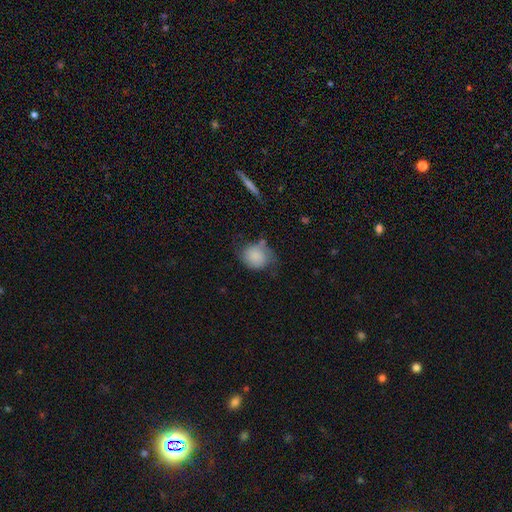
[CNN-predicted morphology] Smooth or featured: smooth — 76% (featured or disk — 16%)
How rounded: round — 69% (in between — 30%)
Merging: none — 50% (minor disturbance — 33%)